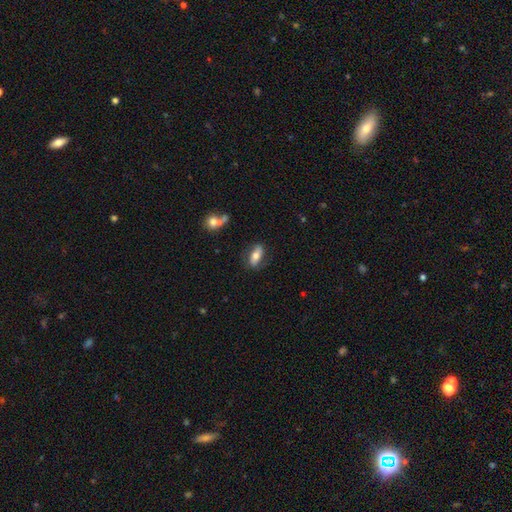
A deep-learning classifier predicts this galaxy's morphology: Smooth or featured: smooth — 57% (featured or disk — 36%)
How rounded: in between — 75% (cigar-shaped — 20%)
Merging: none — 76% (minor disturbance — 16%)